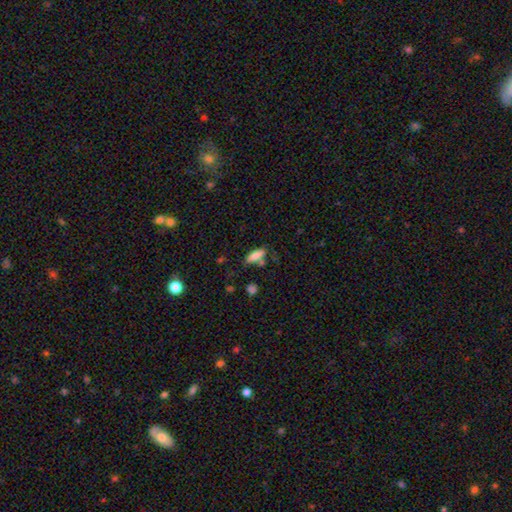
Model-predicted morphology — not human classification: Smooth or featured: smooth — 83% (featured or disk — 9%)
How rounded: in between — 69% (cigar-shaped — 29%)
Merging: none — 67% (minor disturbance — 18%)